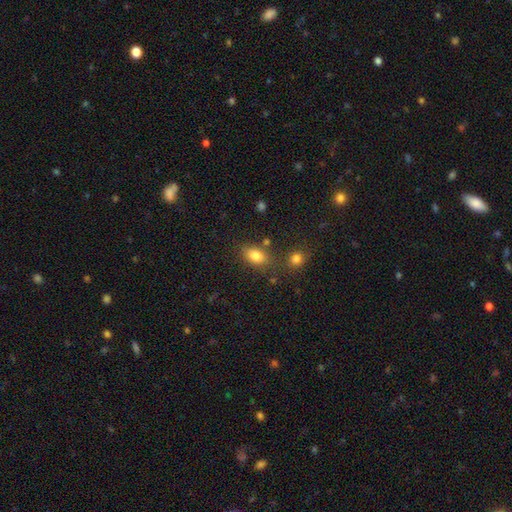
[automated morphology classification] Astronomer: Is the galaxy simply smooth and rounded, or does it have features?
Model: smooth — 83%.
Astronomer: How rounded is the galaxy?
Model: in between — 84%.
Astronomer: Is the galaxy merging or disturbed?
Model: none — 72%.